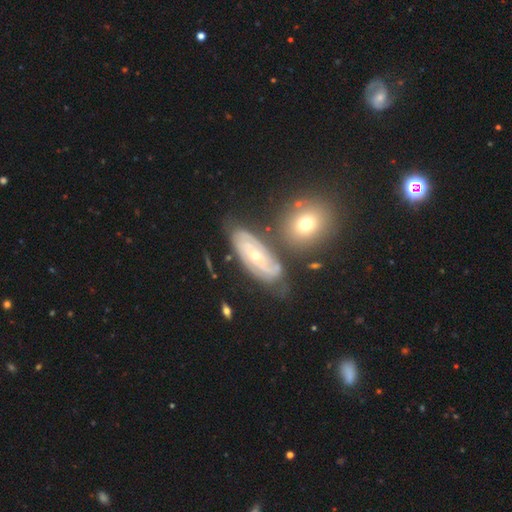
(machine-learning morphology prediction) This is clearly a featured or disk galaxy (83%). It is clearly not viewed edge-on (92%). Bar: likely no (62%). Spiral arm pattern: clearly yes (93%). Spiral arm count: marginally 2 (38%). Spiral winding: likely tight (69%). Central bulge: likely small (61%). Merging: likely none (69%).